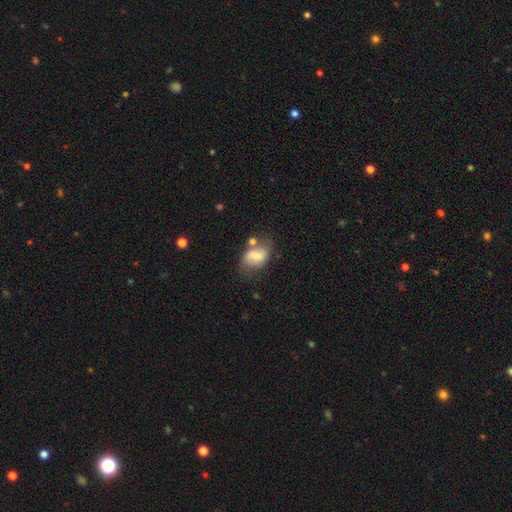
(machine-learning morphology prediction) smooth 50%, featured or disk 41%, star or artifact 9%. Down the decision tree: how rounded — in between (78%); merging — none (52%).